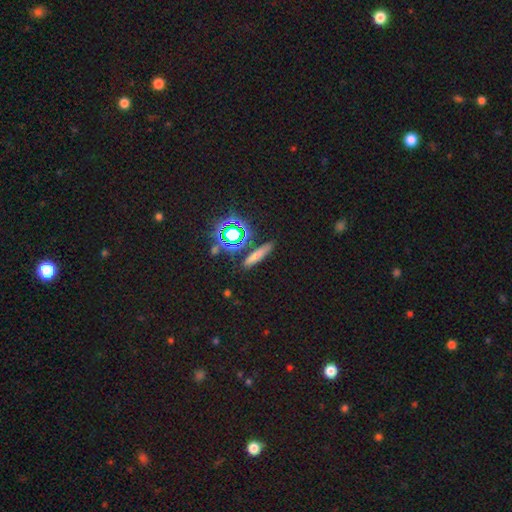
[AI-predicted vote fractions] Smooth or featured?
  - smooth: 62% *
  - star or artifact: 24%
  - featured or disk: 14%
How rounded?
  - cigar-shaped: 77% *
  - in between: 16%
  - round: 7%
Merging?
  - none: 83% *
  - minor disturbance: 10%
  - merger: 4%
  - major disturbance: 3%